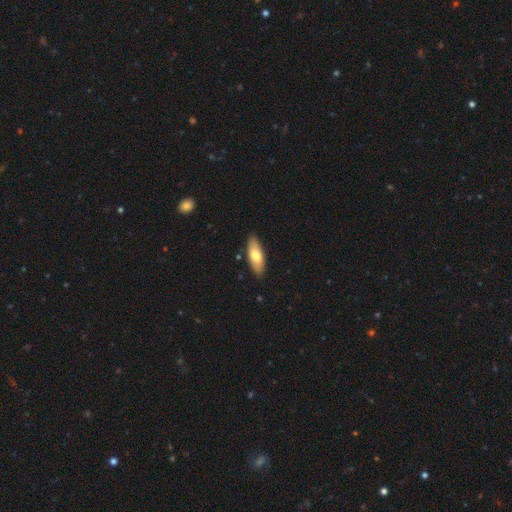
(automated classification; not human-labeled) Smooth or featured: smooth — 70% (featured or disk — 24%)
How rounded: in between — 71% (cigar-shaped — 27%)
Merging: none — 87% (minor disturbance — 10%)